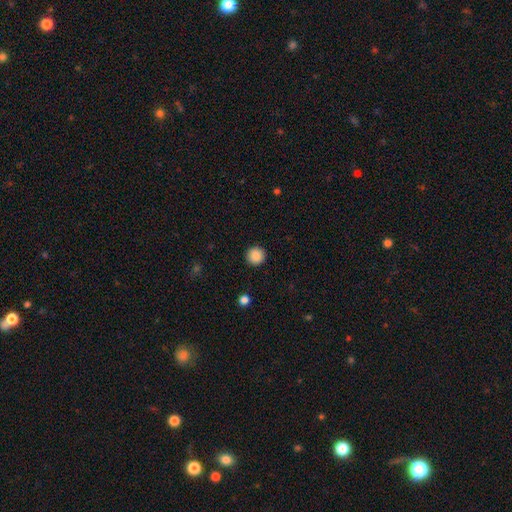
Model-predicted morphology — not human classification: Smooth or featured? smooth (88%)
How rounded? round (95%)
Merging? none (93%)